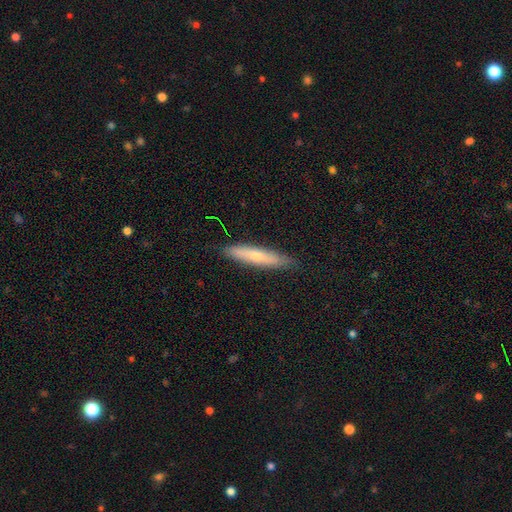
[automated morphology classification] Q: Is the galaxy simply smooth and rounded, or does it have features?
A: smooth — 60%.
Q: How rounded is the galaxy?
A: cigar-shaped — 87%.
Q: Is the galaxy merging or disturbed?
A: none — 86%.